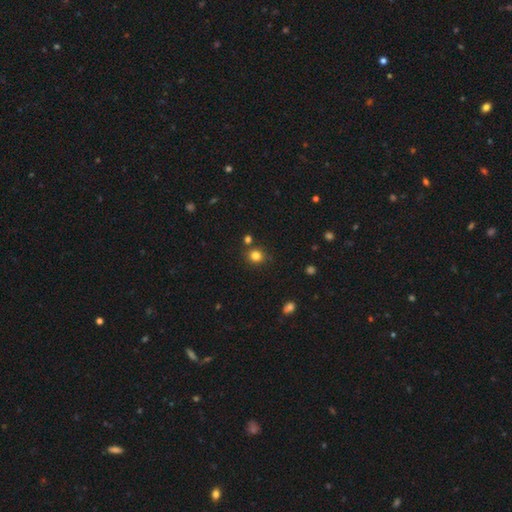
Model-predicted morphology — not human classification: Smooth or featured: smooth — 82% (star or artifact — 13%)
How rounded: round — 84% (in between — 15%)
Merging: none — 80% (minor disturbance — 9%)